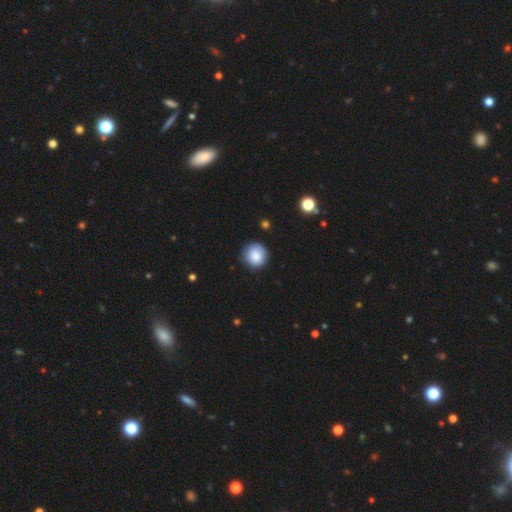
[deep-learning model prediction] smooth_or_featured: smooth (p=0.86) [alt: star or artifact p=0.08]
how_rounded: round (p=0.92) [alt: in between p=0.07]
merging: none (p=0.85) [alt: minor disturbance p=0.11]